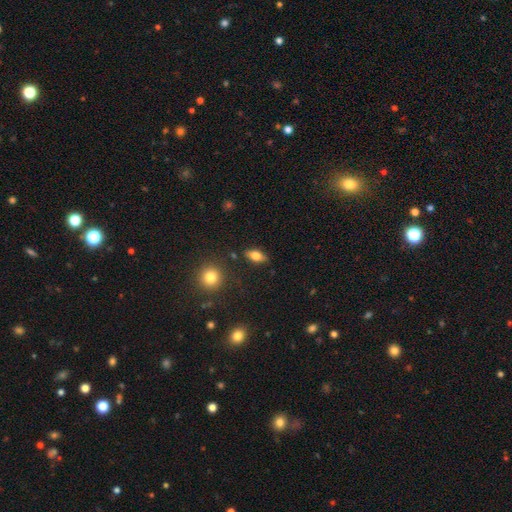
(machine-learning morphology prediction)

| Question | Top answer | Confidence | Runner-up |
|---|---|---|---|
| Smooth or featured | smooth | 69% | featured or disk (22%) |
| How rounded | in between | 83% | cigar-shaped (11%) |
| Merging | none | 84% | minor disturbance (11%) |